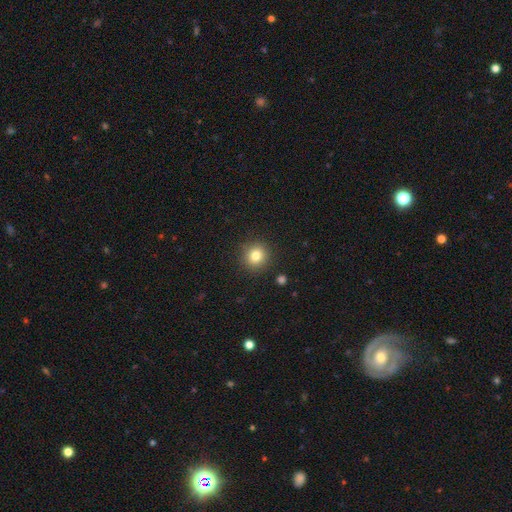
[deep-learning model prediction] Overall: smooth (80%). How rounded: round (92%). Merging: none (90%).